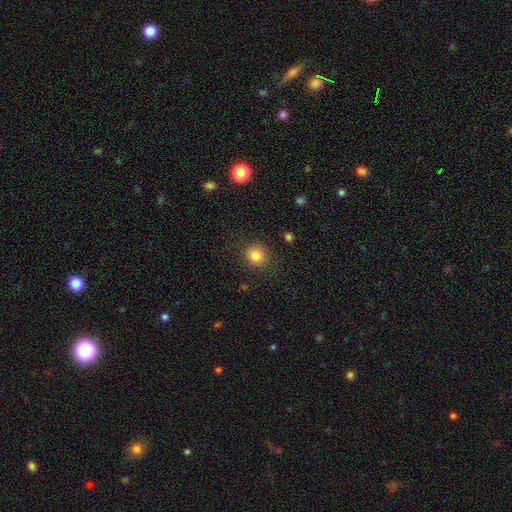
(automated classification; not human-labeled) A smooth galaxy with no disk features (84%) that is round (83%). Merging: none (86%).